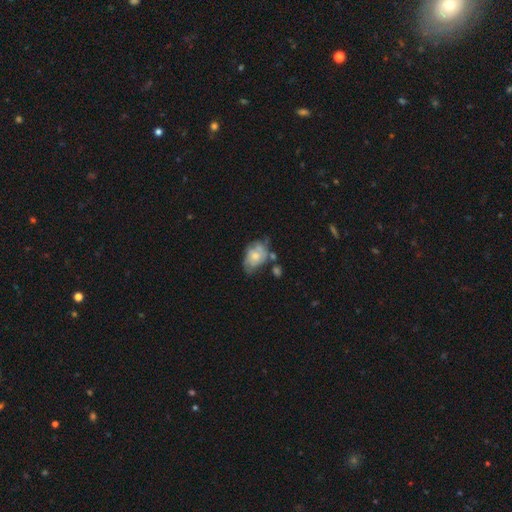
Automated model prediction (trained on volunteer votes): Smooth or featured?
  - smooth: 49% *
  - featured or disk: 43%
  - star or artifact: 8%
Merging?
  - none: 37% *
  - minor disturbance: 32%
  - major disturbance: 17%
  - merger: 14%